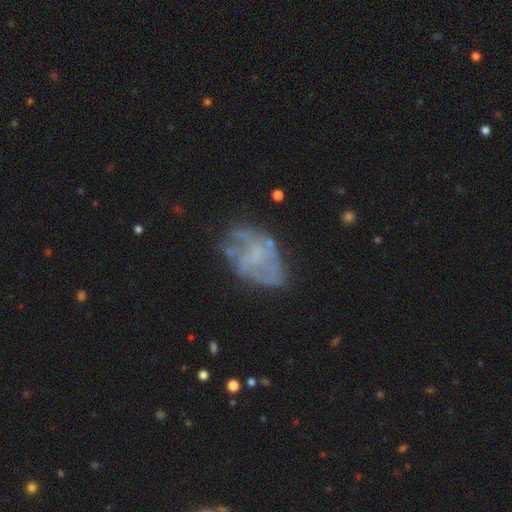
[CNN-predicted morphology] Smooth or featured?
  - featured or disk: 66% *
  - smooth: 24%
  - star or artifact: 10%
Edge-on disk?
  - no: 97% *
  - yes: 3%
Bar?
  - no: 75% *
  - weak: 21%
  - strong: 5%
Spiral arms?
  - yes: 51% *
  - no: 49%
Bulge size?
  - none: 64% *
  - small: 20%
  - moderate: 12%
  - large: 2%
  - dominant: 1%
Merging?
  - none: 57% *
  - minor disturbance: 23%
  - major disturbance: 17%
  - merger: 4%